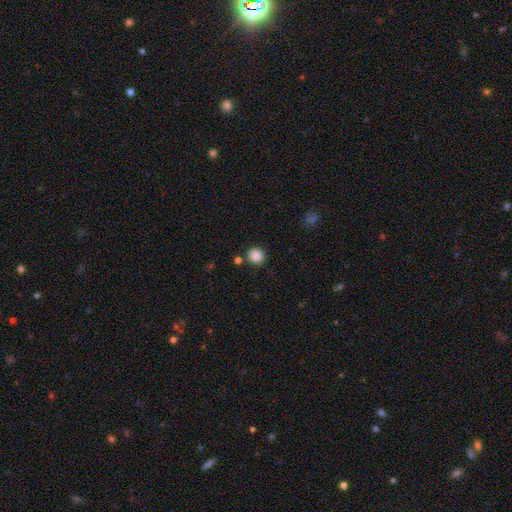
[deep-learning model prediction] Morphology: type=smooth (88%); roundness=round (89%); merging=none (85%).